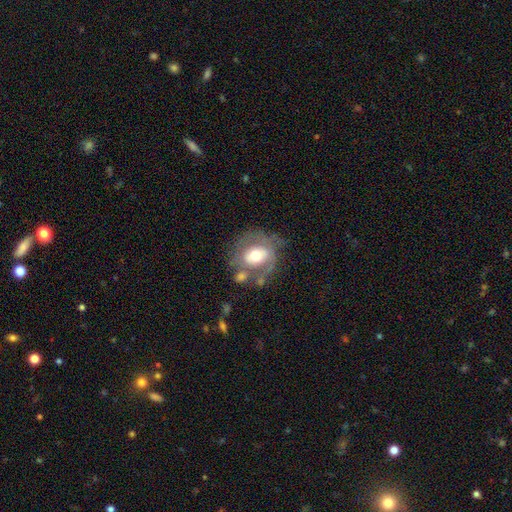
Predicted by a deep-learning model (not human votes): Overall: featured or disk (52%; smooth 40%). Edge-on disk: no (95%). Merging: none (51%; minor disturbance 22%).